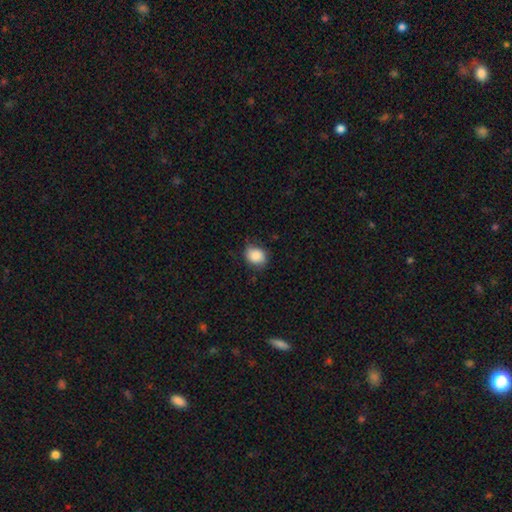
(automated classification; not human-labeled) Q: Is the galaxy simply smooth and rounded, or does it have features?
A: smooth — 86%.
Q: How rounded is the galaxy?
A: round — 57%.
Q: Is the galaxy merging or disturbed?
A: none — 73%.